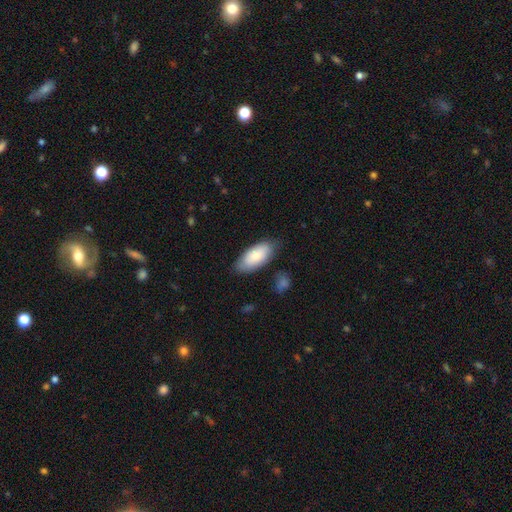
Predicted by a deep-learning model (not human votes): smooth_or_featured: smooth (p=0.80) [alt: featured or disk p=0.14]
how_rounded: in between (p=0.91) [alt: cigar-shaped p=0.07]
merging: none (p=0.77) [alt: minor disturbance p=0.17]